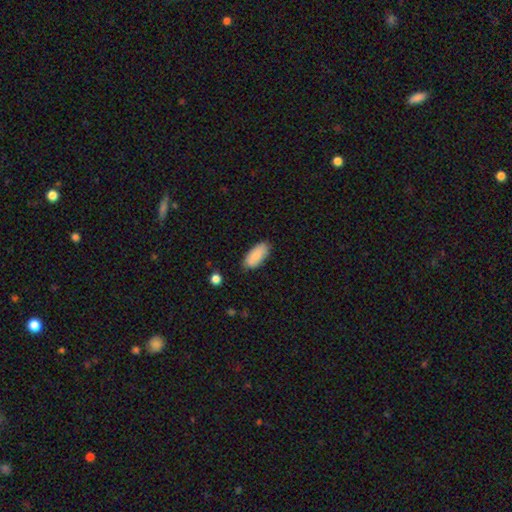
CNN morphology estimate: Smooth or featured? Predicted: smooth (p=0.86). How rounded? Predicted: in between (p=0.91). Merging? Predicted: none (p=0.82).